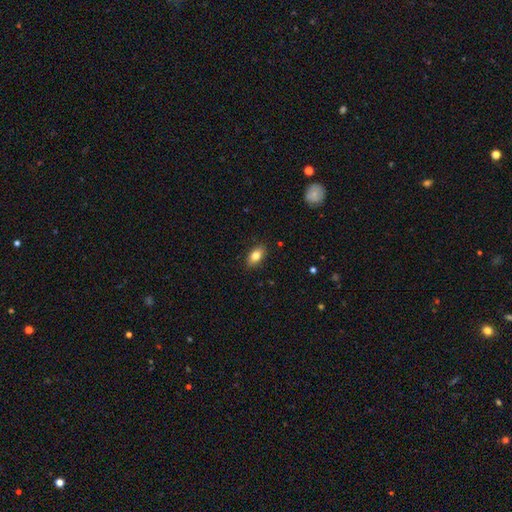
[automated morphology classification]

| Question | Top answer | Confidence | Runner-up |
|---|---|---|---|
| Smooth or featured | smooth | 81% | featured or disk (10%) |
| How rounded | in between | 88% | round (8%) |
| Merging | none | 87% | minor disturbance (10%) |